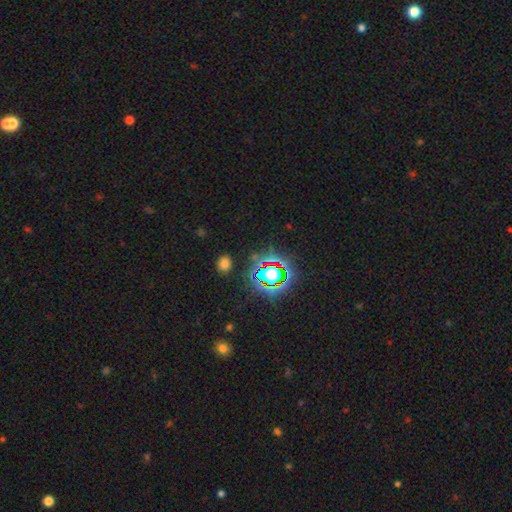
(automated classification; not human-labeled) smooth_or_featured: star or artifact (p=0.80) [alt: smooth p=0.13]